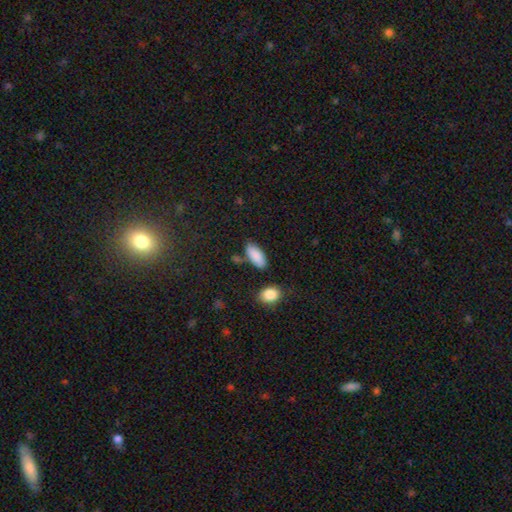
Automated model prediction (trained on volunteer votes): A smooth galaxy with no disk features (88%) that is in between round and cigar-shaped (85%).

Vote fractions:
- Smooth or featured? smooth: 88% / star or artifact: 7% / featured or disk: 5%
- How rounded? in between: 85% / cigar-shaped: 12% / round: 2%
- Merging? none: 76% / minor disturbance: 13% / merger: 7% / major disturbance: 3%